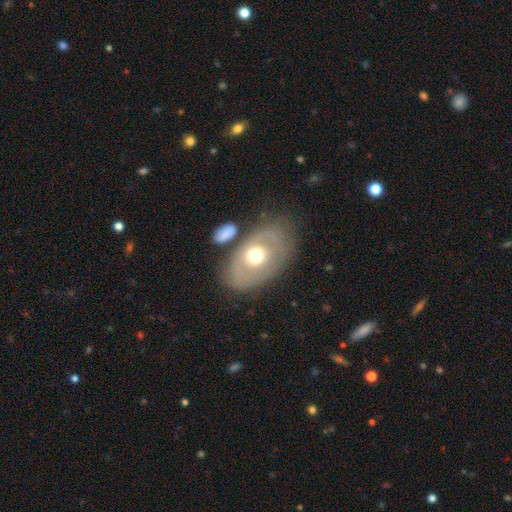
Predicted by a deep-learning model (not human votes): This appears to be a featured or disk galaxy (52%). Merging: none (67%).